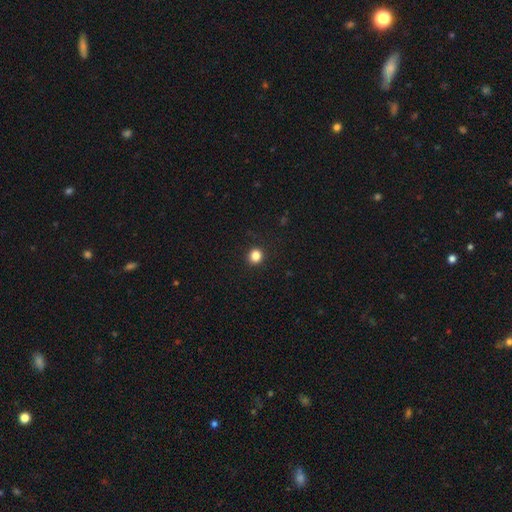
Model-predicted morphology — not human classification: smooth_or_featured: smooth (p=0.84) [alt: star or artifact p=0.12]
how_rounded: round (p=0.87) [alt: in between p=0.12]
merging: none (p=0.92) [alt: minor disturbance p=0.05]